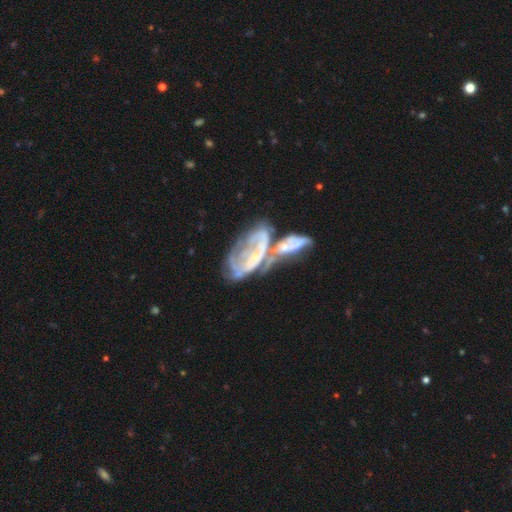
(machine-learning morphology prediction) Q: Smooth or featured?
A: featured or disk (73%); runner-up: smooth (16%)
Q: Edge-on disk?
A: no (92%); runner-up: yes (8%)
Q: Bar?
A: no (57%); runner-up: weak (26%)
Q: Spiral arms?
A: yes (57%); runner-up: no (43%)
Q: Bulge size?
A: small (50%); runner-up: none (24%)
Q: Merging?
A: merger (62%); runner-up: major disturbance (16%)